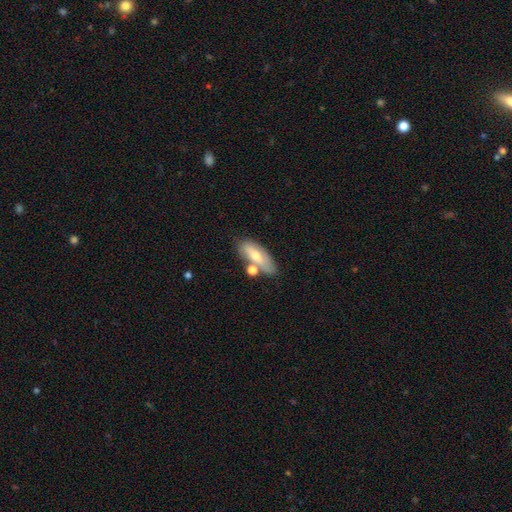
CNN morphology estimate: This is possibly a smooth galaxy (60%). How rounded: likely in between (70%). Merging: possibly none (58%).